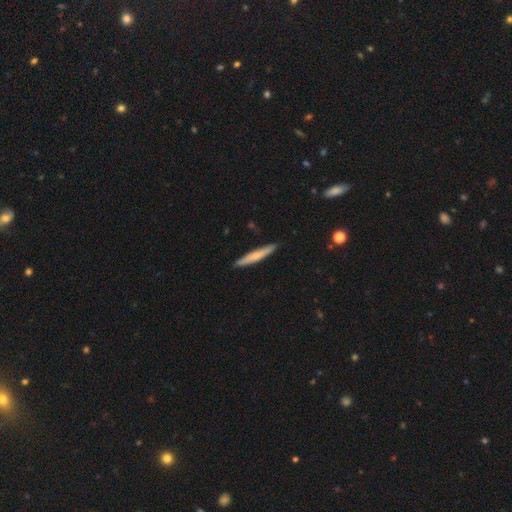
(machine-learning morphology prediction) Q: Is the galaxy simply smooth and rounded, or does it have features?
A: smooth — 60%.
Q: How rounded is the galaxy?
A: cigar-shaped — 93%.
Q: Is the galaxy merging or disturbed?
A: none — 88%.